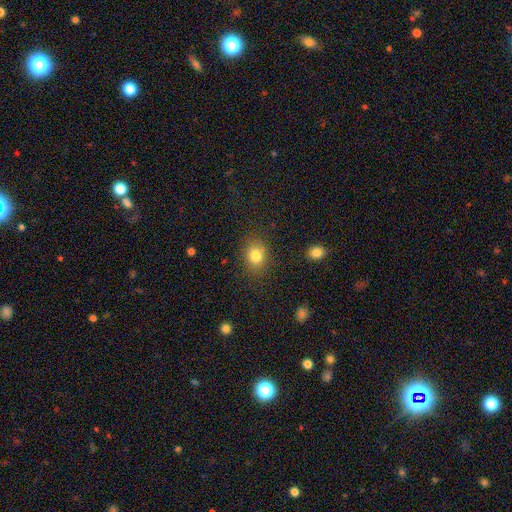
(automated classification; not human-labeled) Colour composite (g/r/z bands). It shows a smooth galaxy with no disk features (81%) that is round (53%). Merging: none (84%).